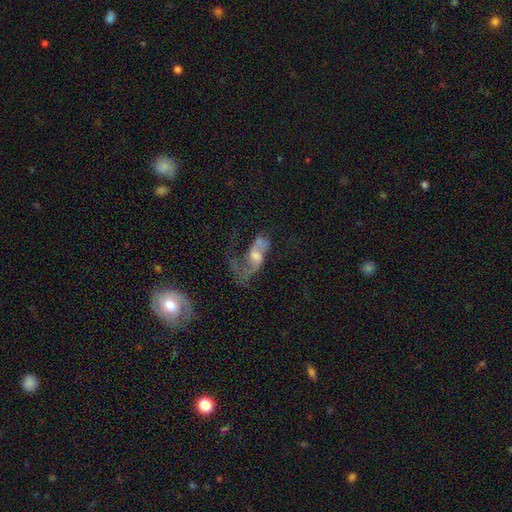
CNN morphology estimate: Q: Smooth or featured?
A: featured or disk (69%); runner-up: smooth (20%)
Q: Edge-on disk?
A: no (94%); runner-up: yes (6%)
Q: Bar?
A: no (54%); runner-up: weak (36%)
Q: Spiral arms?
A: yes (77%); runner-up: no (23%)
Q: Spiral winding?
A: loose (69%); runner-up: medium (24%)
Q: Spiral arm count?
A: 2 (63%); runner-up: 1 (24%)
Q: Bulge size?
A: moderate (46%); runner-up: small (29%)
Q: Merging?
A: major disturbance (41%); runner-up: none (27%)